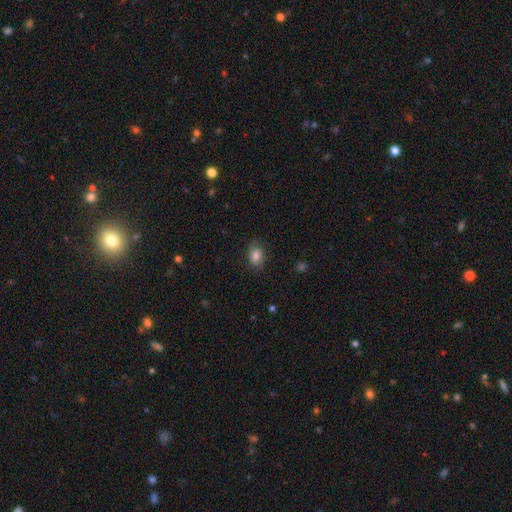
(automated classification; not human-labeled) Smooth or featured? smooth (81%)
How rounded? in between (72%)
Merging? none (81%)